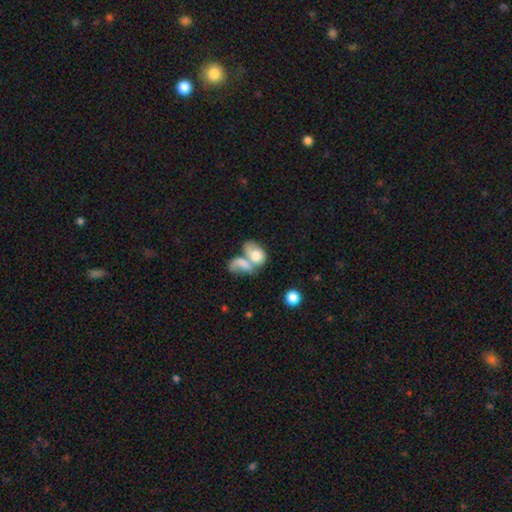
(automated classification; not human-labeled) This is likely a smooth galaxy (67%). How rounded: likely in between (76%). Merging: likely merger (72%).